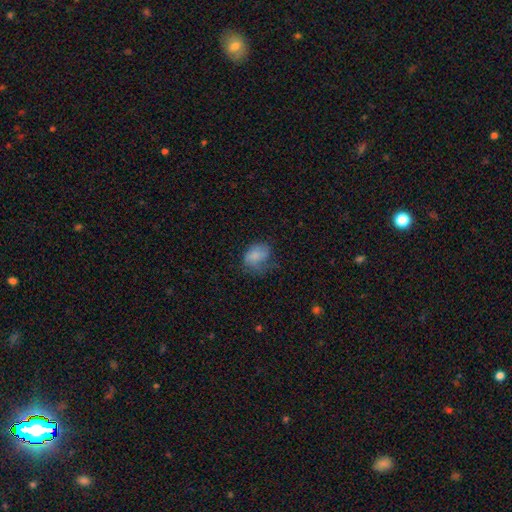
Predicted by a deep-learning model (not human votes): A smooth galaxy with no disk features (73%) that is in between round and cigar-shaped (62%).

Vote fractions:
- Smooth or featured? smooth: 73% / featured or disk: 17% / star or artifact: 10%
- How rounded? in between: 62% / round: 36% / cigar-shaped: 1%
- Merging? none: 39% / minor disturbance: 31% / major disturbance: 28% / merger: 2%